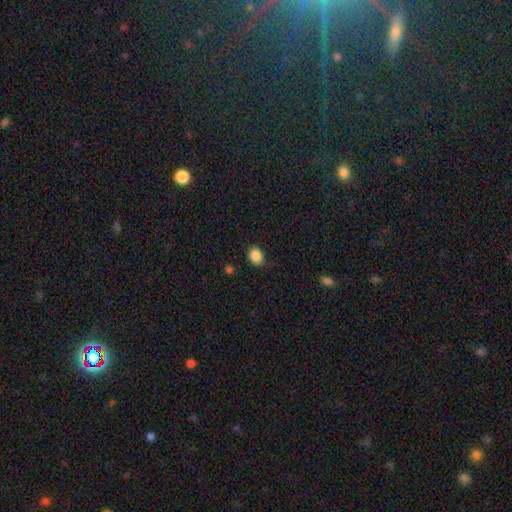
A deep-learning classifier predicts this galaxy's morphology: A smooth galaxy with no disk features (88%) that is in between round and cigar-shaped (69%). Merging: none (83%).